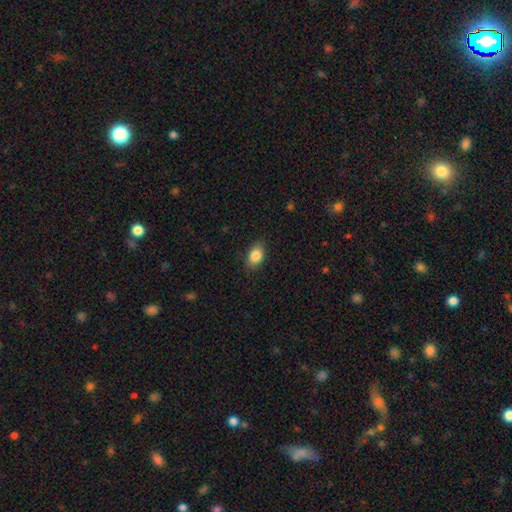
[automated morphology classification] A smooth galaxy with no disk features (85%) that is in between round and cigar-shaped (82%).

Vote fractions:
- Smooth or featured? smooth: 85% / star or artifact: 8% / featured or disk: 7%
- How rounded? in between: 82% / round: 16% / cigar-shaped: 2%
- Merging? none: 83% / minor disturbance: 13% / major disturbance: 3% / merger: 1%